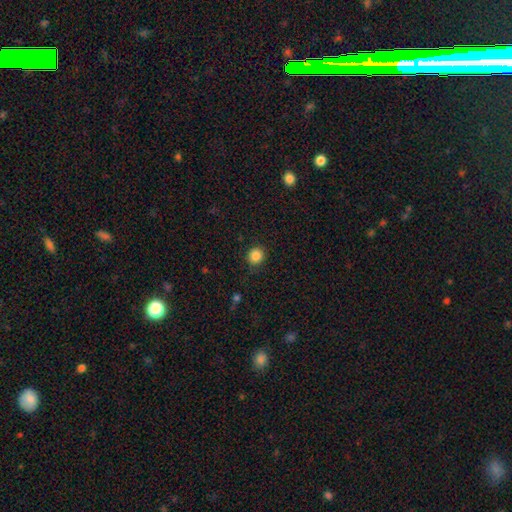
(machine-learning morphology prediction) smooth 86%, star or artifact 11%, featured or disk 4%. Down the decision tree: how rounded — round (90%); merging — none (88%).